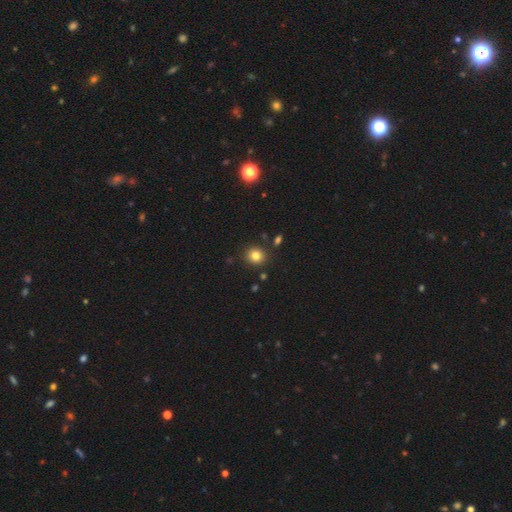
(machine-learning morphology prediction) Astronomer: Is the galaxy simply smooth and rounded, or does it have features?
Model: smooth — 81%.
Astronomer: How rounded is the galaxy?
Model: round — 85%.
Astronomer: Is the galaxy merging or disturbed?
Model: none — 87%.